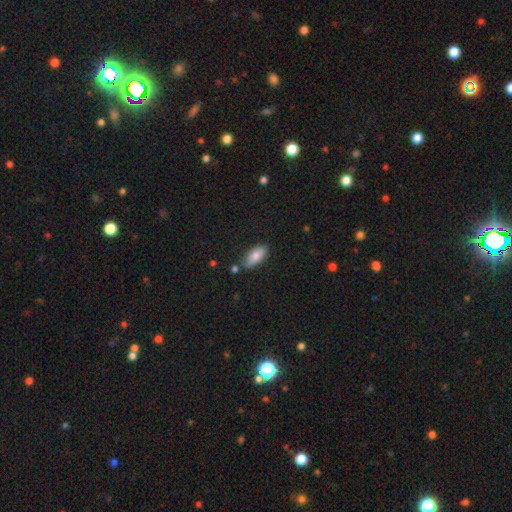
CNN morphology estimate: smooth_or_featured: smooth (p=0.83) [alt: featured or disk p=0.10]
how_rounded: in between (p=0.84) [alt: cigar-shaped p=0.14]
merging: none (p=0.78) [alt: minor disturbance p=0.15]